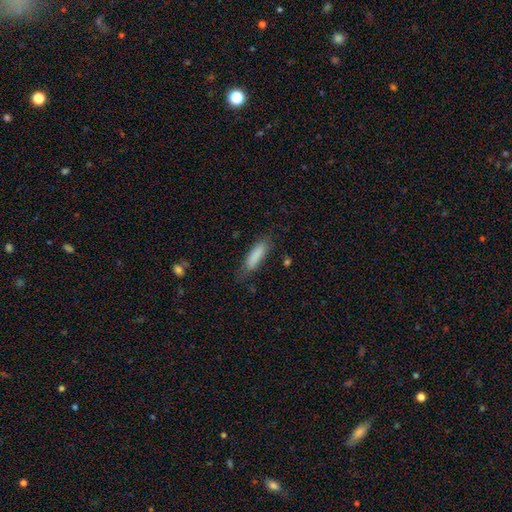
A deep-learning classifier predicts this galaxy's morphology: The model was most divided on "how rounded": cigar-shaped: 62%, in between: 37%, round: 2%. More confident: smooth or featured — smooth (85%); merging — none (71%).